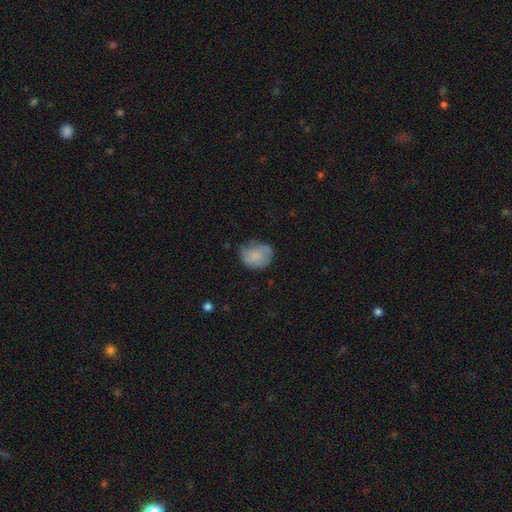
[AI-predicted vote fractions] The model was most divided on "how rounded": round: 61%, in between: 38%, cigar-shaped: 1%. More confident: smooth or featured — smooth (71%); merging — none (58%).